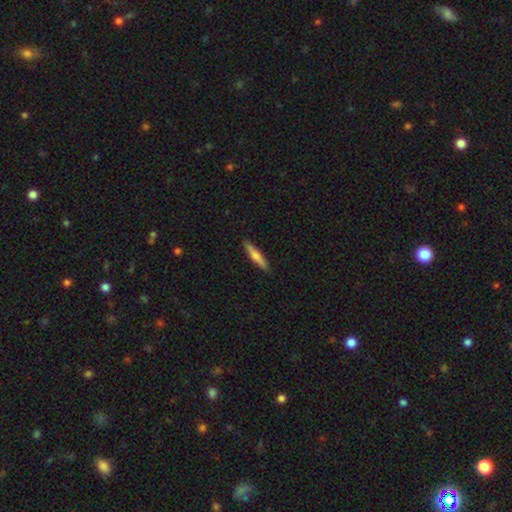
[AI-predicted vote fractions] Overall: smooth (67%; featured or disk 28%). How rounded: cigar-shaped (87%). Merging: none (91%).